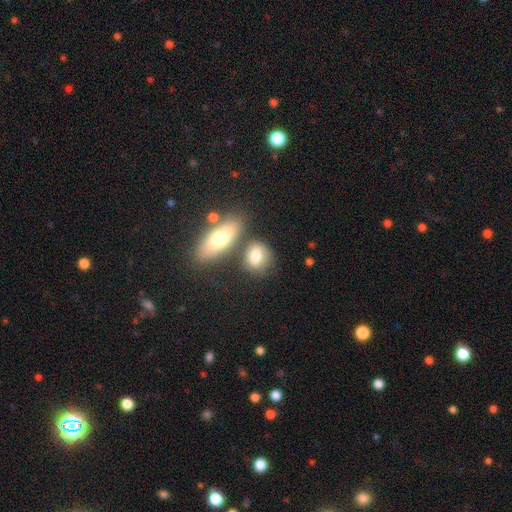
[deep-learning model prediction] This is likely a smooth galaxy (77%). How rounded: possibly in between (54%). Merging: likely none (61%).